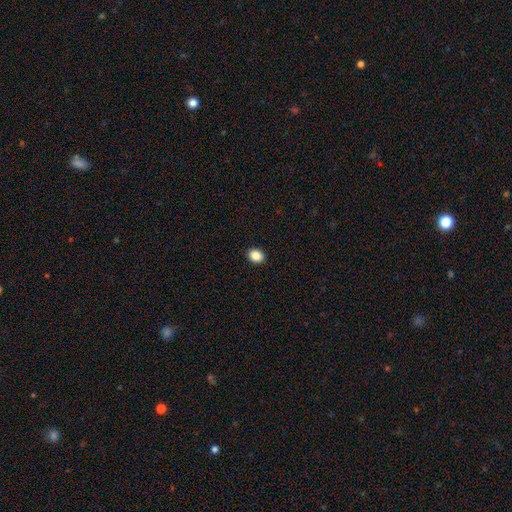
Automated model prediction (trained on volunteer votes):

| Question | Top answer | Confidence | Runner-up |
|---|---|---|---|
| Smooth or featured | smooth | 88% | star or artifact (9%) |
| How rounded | in between | 50% | round (49%) |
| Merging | none | 92% | minor disturbance (5%) |